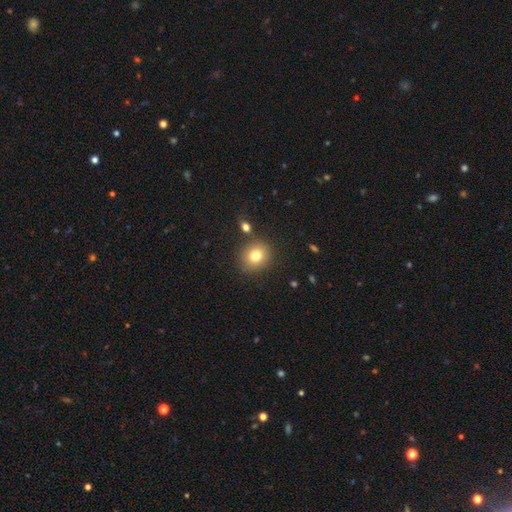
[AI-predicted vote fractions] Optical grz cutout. It shows a smooth galaxy with no disk features (78%) that is round (81%). Merging: none (84%).